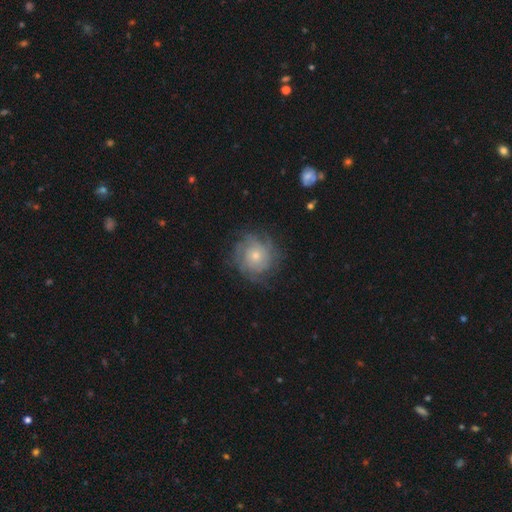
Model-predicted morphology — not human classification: Smooth or featured: featured or disk — 59% (smooth — 32%)
Edge-on disk: no — 97% (yes — 3%)
Bar: no — 86% (weak — 12%)
Spiral arms: yes — 81% (no — 19%)
Bulge size: small — 59% (moderate — 35%)
Merging: none — 73% (minor disturbance — 16%)